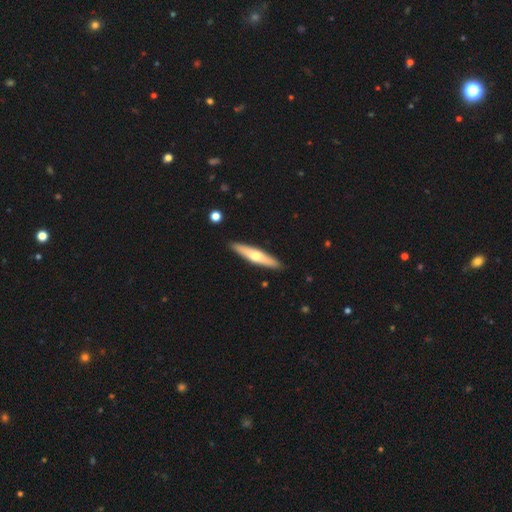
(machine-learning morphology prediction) This is possibly a featured or disk galaxy (50%). It is clearly viewed edge-on (93%). Merging: clearly none (90%).